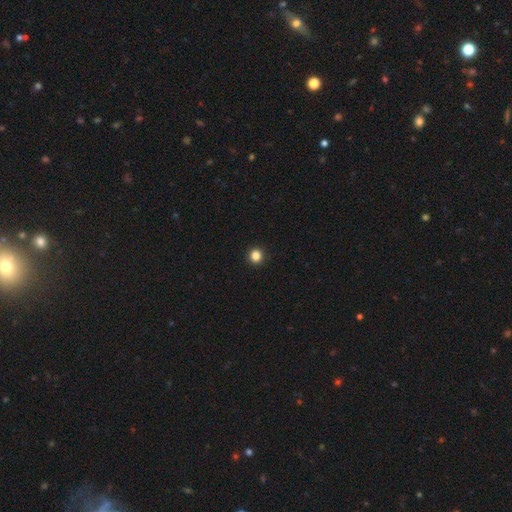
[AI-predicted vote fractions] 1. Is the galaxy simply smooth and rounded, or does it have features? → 85% smooth, 12% star or artifact, 3% featured or disk.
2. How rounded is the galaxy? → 93% round, 6% in between, 1% cigar-shaped.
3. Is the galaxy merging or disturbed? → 94% none, 4% minor disturbance, 1% major disturbance, 1% merger.